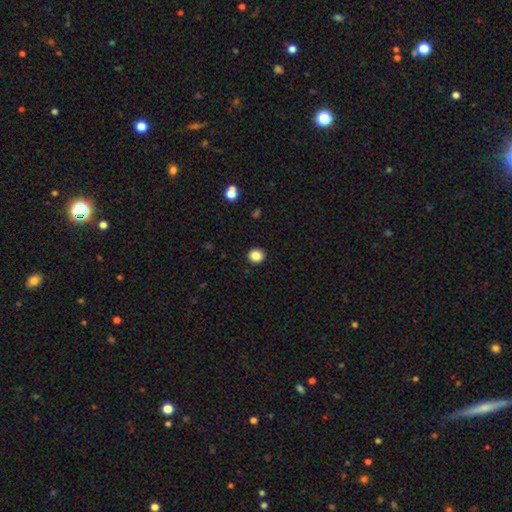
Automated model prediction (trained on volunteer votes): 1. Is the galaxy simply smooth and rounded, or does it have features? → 85% smooth, 11% star or artifact, 4% featured or disk.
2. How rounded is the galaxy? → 84% round, 15% in between, 1% cigar-shaped.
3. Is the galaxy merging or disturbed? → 92% none, 5% minor disturbance, 2% major disturbance, 1% merger.